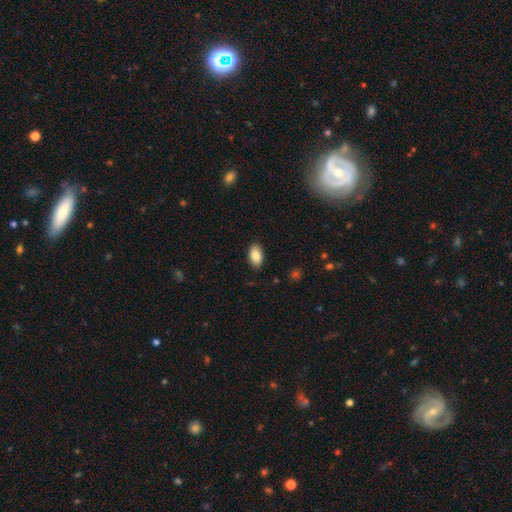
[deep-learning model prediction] Overall: smooth (86%). How rounded: in between (94%). Merging: none (88%).